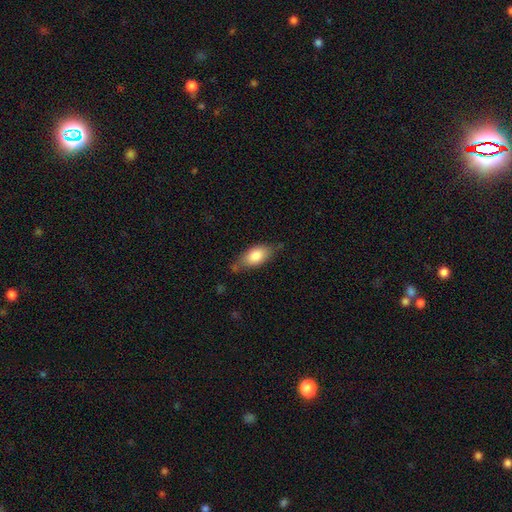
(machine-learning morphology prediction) A smooth galaxy with no disk features (79%) that is in between round and cigar-shaped (88%).

Vote fractions:
- Smooth or featured? smooth: 79% / featured or disk: 14% / star or artifact: 7%
- How rounded? in between: 88% / cigar-shaped: 8% / round: 4%
- Merging? none: 62% / minor disturbance: 27% / major disturbance: 6% / merger: 4%